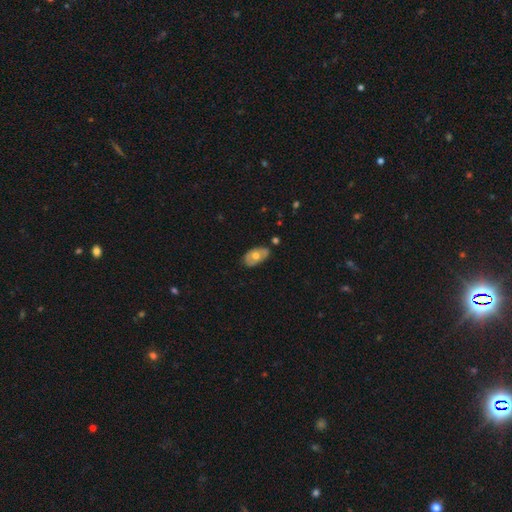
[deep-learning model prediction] Overall: smooth (51%; featured or disk 43%). How rounded: in between (91%). Merging: none (76%).